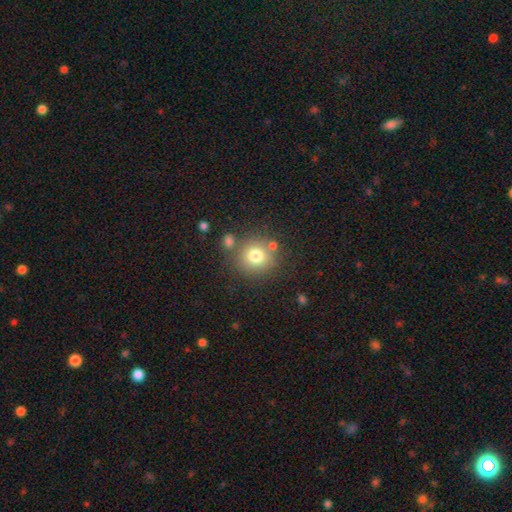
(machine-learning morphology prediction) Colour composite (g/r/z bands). It shows a smooth galaxy with no disk features (76%) that is round (91%). Merging: none (76%).